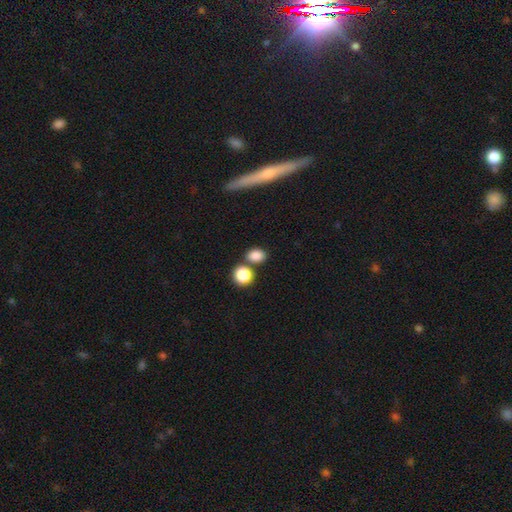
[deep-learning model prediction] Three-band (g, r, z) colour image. It shows a smooth galaxy with no disk features (84%) that is in between round and cigar-shaped (59%). Merging: none (65%).